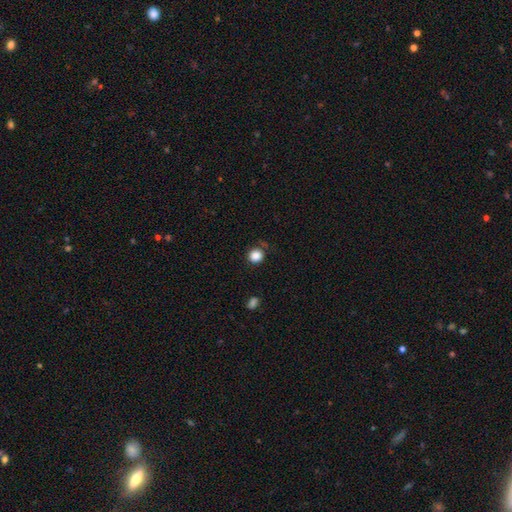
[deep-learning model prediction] Morphology: type=smooth (85%); roundness=round (91%); merging=none (83%).